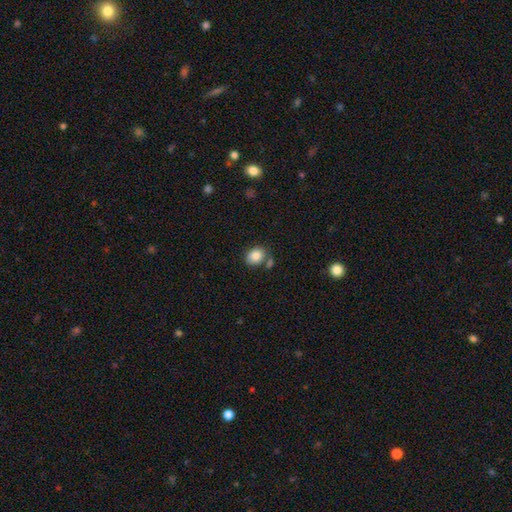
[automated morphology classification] smooth-or-featured: smooth: 84% | star or artifact: 9% | featured or disk: 7%
  how-rounded: in between: 52% | round: 48% | cigar-shaped: 1%
  merging: none: 67% | merger: 16% | minor disturbance: 14% | major disturbance: 4%